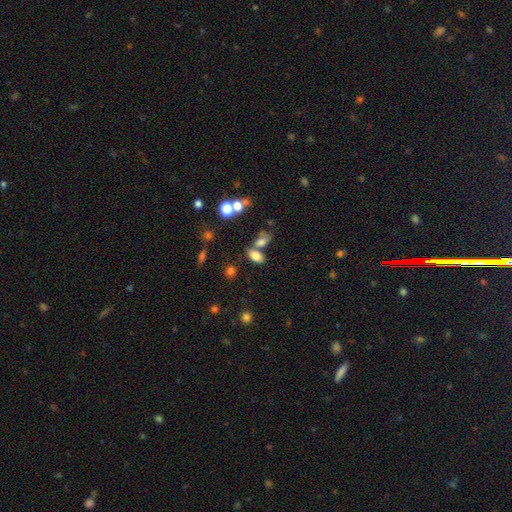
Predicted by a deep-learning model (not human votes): Smooth or featured? Predicted: smooth (p=0.78). How rounded? Predicted: in between (p=0.88). Merging? Predicted: none (p=0.53).